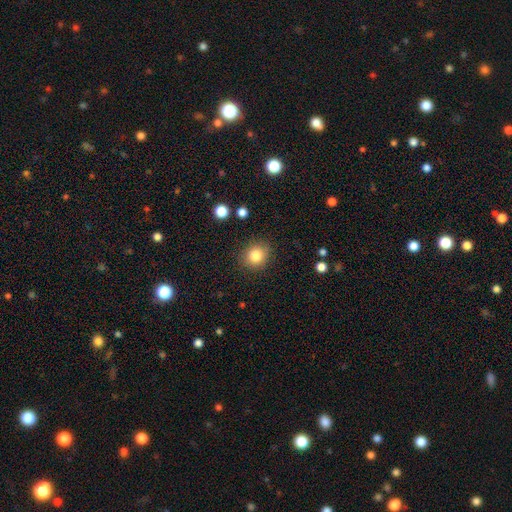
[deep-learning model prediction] Q: Smooth or featured?
A: smooth (83%); runner-up: star or artifact (10%)
Q: How rounded?
A: round (79%); runner-up: in between (20%)
Q: Merging?
A: none (87%); runner-up: minor disturbance (9%)